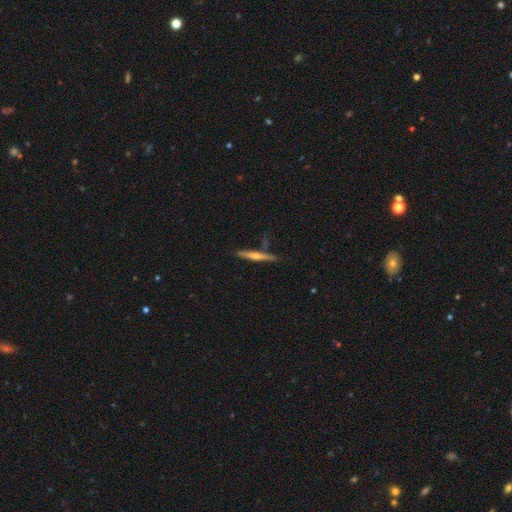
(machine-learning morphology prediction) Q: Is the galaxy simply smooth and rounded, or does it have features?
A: featured or disk — 70%.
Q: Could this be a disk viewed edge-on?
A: yes — 98%.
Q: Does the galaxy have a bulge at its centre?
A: rounded — 80%.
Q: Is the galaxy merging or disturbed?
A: none — 86%.